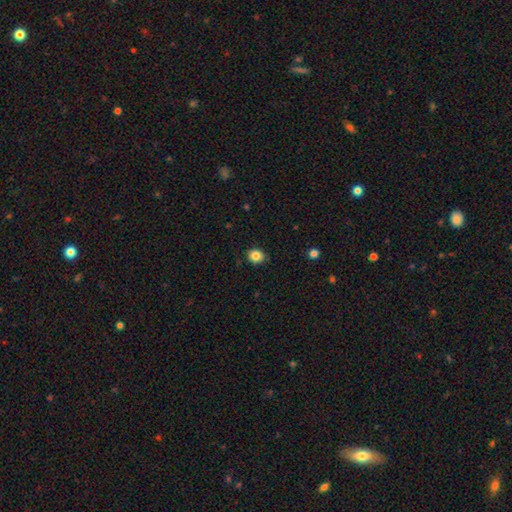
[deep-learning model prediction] Smooth or featured? smooth (84%)
How rounded? round (75%)
Merging? none (88%)